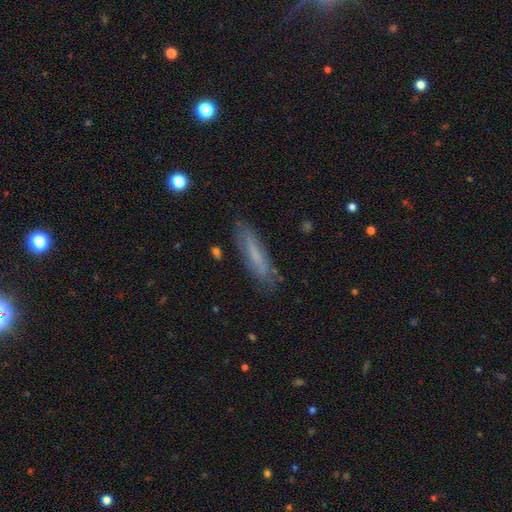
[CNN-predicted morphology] This appears to be a smooth galaxy with no disk features (58%) that is cigar-shaped (74%). Merging: none (79%).